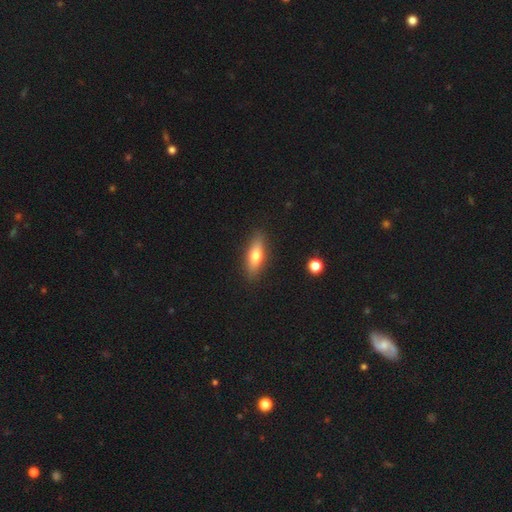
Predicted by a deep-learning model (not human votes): smooth-or-featured: smooth: 68% | featured or disk: 25% | star or artifact: 7%
  how-rounded: in between: 52% | cigar-shaped: 45% | round: 3%
  merging: none: 87% | minor disturbance: 9% | major disturbance: 2% | merger: 1%